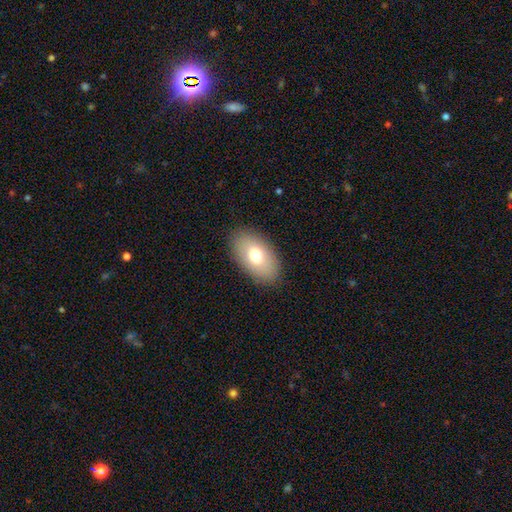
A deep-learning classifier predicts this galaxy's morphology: This appears to be a smooth galaxy with no disk features (72%) that is in between round and cigar-shaped (92%). Merging: none (87%).